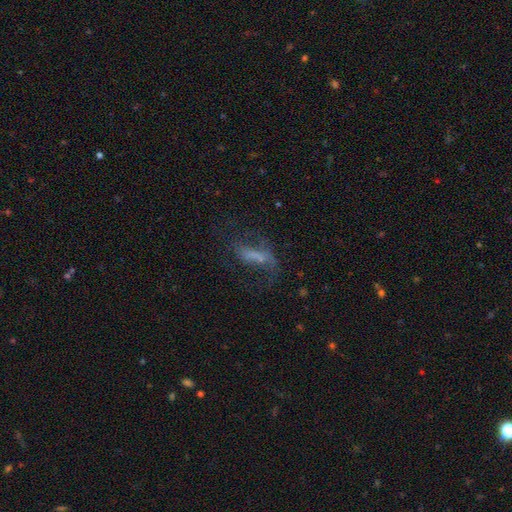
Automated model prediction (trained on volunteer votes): smooth-or-featured: featured or disk: 55% | smooth: 29% | star or artifact: 16%
  disk-edge-on: no: 87% | yes: 13%
  merging: none: 42% | major disturbance: 36% | minor disturbance: 17% | merger: 5%